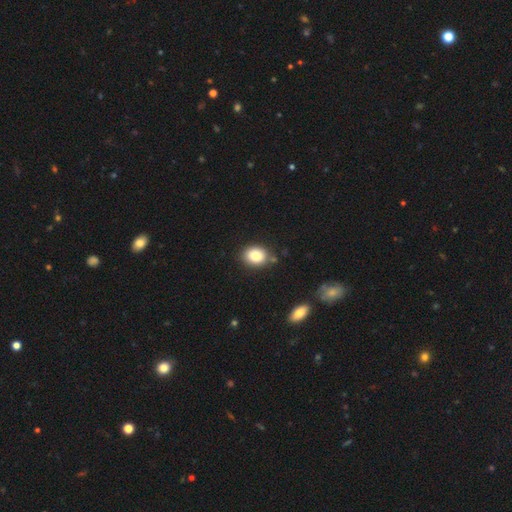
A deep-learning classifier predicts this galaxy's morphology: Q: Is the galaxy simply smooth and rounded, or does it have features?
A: smooth — 85%.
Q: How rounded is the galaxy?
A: in between — 50%.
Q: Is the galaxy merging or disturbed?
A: none — 80%.